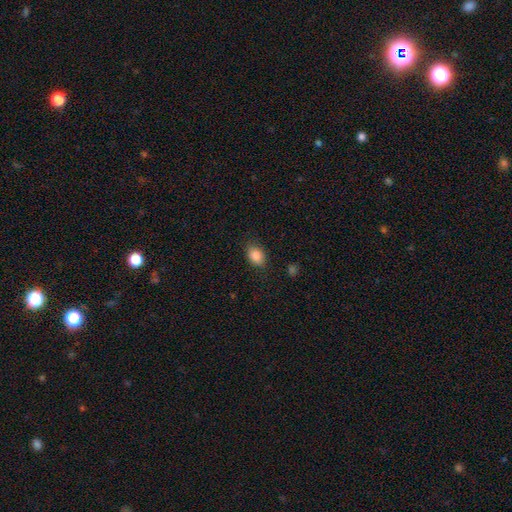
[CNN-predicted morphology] Smooth or featured? Predicted: smooth (p=0.87). How rounded? Predicted: in between (p=0.73). Merging? Predicted: none (p=0.83).